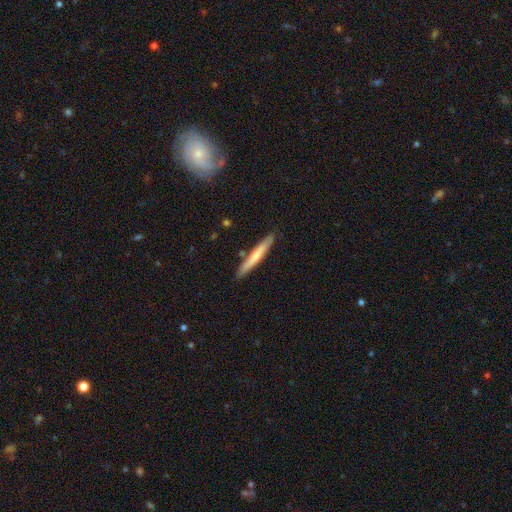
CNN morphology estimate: Smooth or featured? smooth (59%)
How rounded? cigar-shaped (95%)
Merging? none (86%)